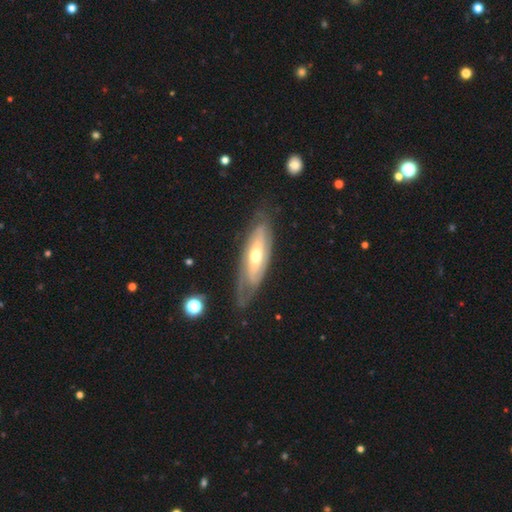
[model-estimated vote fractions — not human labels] Overall: featured or disk (73%). Edge-on disk: no (77%). Bar: no (69%). Spiral arms: yes (73%). Bulge size: moderate (64%; small 29%). Merging: none (68%).